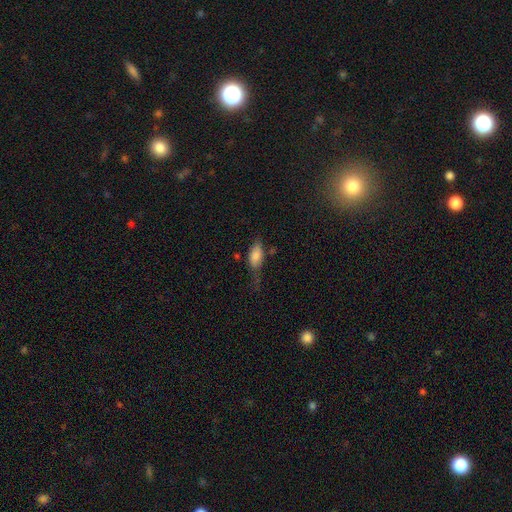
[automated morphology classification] Smooth or featured? Predicted: smooth (p=0.78). How rounded? Predicted: in between (p=0.85). Merging? Predicted: none (p=0.38).